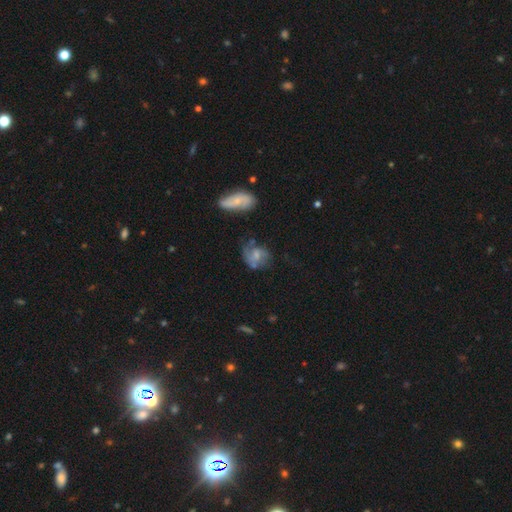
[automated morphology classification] This is possibly a featured or disk galaxy (49%). Merging: possibly none (46%).